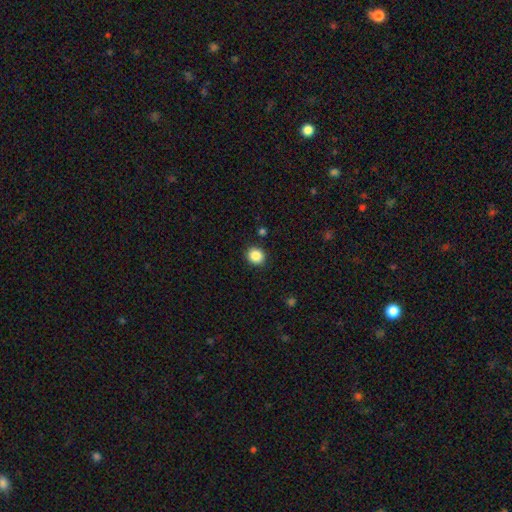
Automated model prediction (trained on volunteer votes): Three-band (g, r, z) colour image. It shows a smooth galaxy with no disk features (87%) that is round (82%). Merging: none (90%).